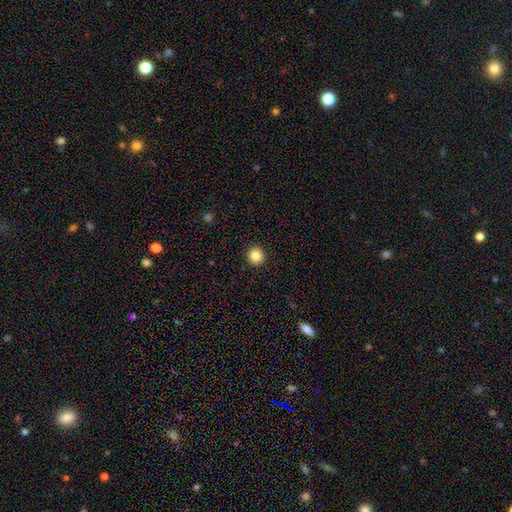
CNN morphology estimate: Smooth or featured? smooth (85%)
How rounded? round (95%)
Merging? none (93%)